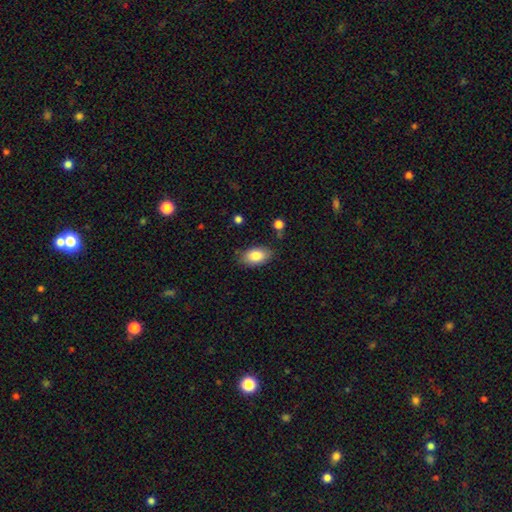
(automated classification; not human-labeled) A smooth galaxy with no disk features (84%) that is in between round and cigar-shaped (91%). Merging: none (81%).